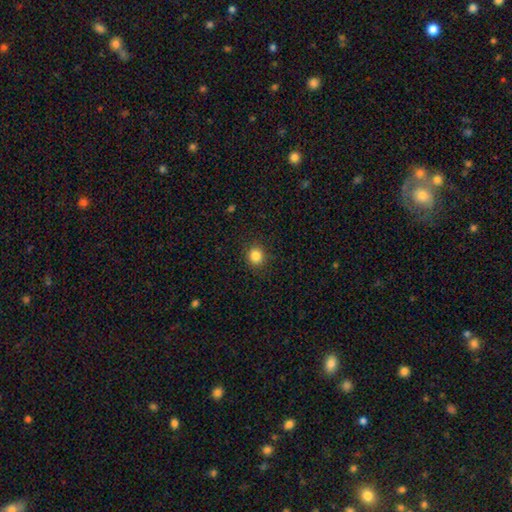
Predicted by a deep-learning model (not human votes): The model was most divided on "smooth or featured": smooth: 84%, star or artifact: 11%, featured or disk: 4%. More confident: merging — none (89%); how rounded — round (87%).